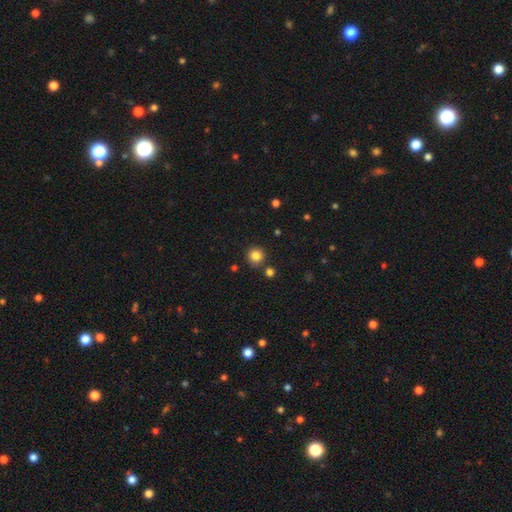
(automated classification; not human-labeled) Smooth or featured: smooth — 84% (star or artifact — 11%)
How rounded: round — 93% (in between — 6%)
Merging: none — 84% (minor disturbance — 8%)